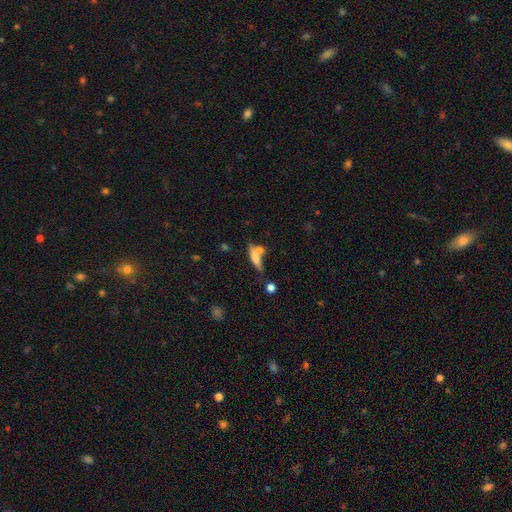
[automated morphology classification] A smooth galaxy with no disk features (66%) that is cigar-shaped (56%). Merging: none (42%).